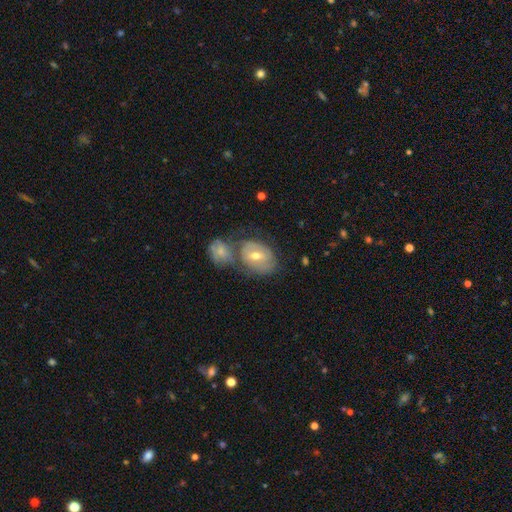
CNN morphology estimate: Smooth or featured: featured or disk — 53% (smooth — 40%)
Edge-on disk: no — 94% (yes — 6%)
Merging: merger — 39% (tied with none — 39%)